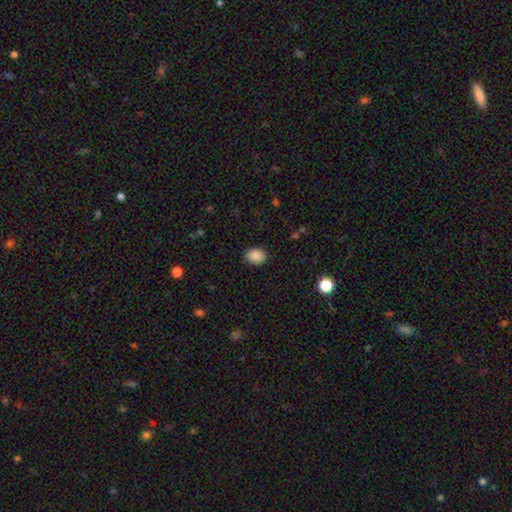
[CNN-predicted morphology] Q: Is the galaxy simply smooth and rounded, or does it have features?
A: smooth — 88%.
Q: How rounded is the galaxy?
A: in between — 67%.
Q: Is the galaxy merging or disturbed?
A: none — 87%.